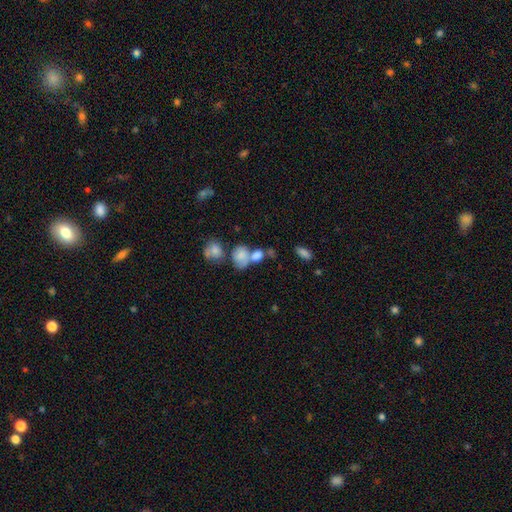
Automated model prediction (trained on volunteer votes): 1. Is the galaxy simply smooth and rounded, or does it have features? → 75% smooth, 14% featured or disk, 12% star or artifact.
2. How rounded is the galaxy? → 62% in between, 35% round, 3% cigar-shaped.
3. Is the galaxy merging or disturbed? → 53% merger, 29% none, 11% minor disturbance, 7% major disturbance.